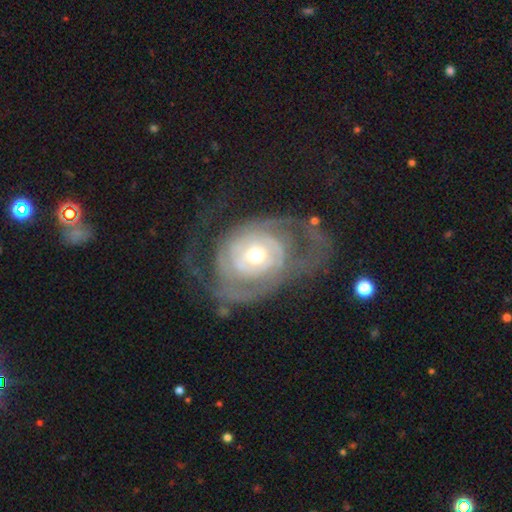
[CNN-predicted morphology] featured or disk 84%, smooth 11%, star or artifact 5%. Down the decision tree: edge-on disk — no (96%); bar — no (71%); spiral arms — yes (84%); spiral arm count — 2 (40%); spiral winding — tight (54%); bulge size — moderate (66%); merging — none (47%).